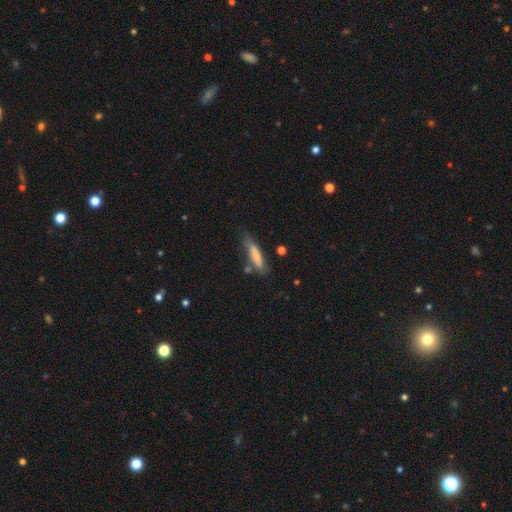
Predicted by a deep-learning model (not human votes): This appears to be a smooth galaxy with no disk features (66%) that is cigar-shaped (71%). Merging: none (54%).